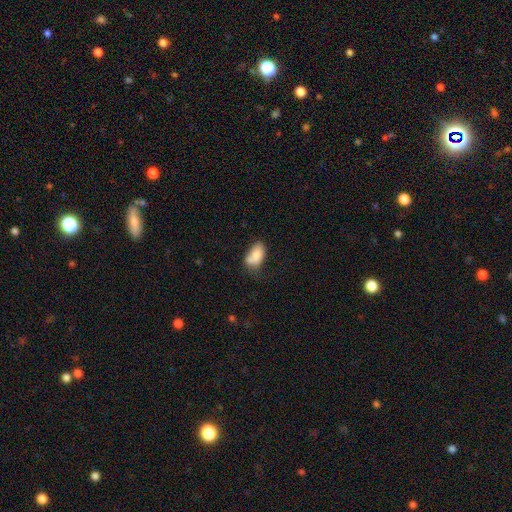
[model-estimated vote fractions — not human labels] This appears to be a smooth galaxy with no disk features (77%) that is in between round and cigar-shaped (89%). Merging: none (40%).